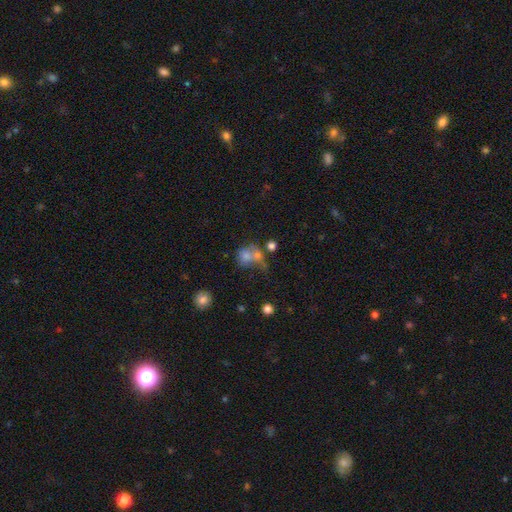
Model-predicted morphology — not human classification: Smooth or featured: smooth — 68% (featured or disk — 18%)
How rounded: round — 65% (in between — 34%)
Merging: merger — 47% (none — 28%)